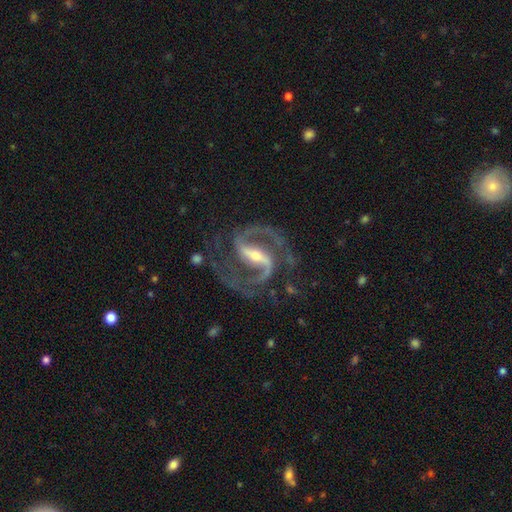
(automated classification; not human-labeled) Overall: featured or disk (93%). Edge-on disk: no (97%). Bar: strong (74%). Spiral arms: yes (98%). Spiral arm count: 2 (92%). Spiral winding: medium (65%). Bulge size: moderate (47%; small 45%). Merging: none (70%).